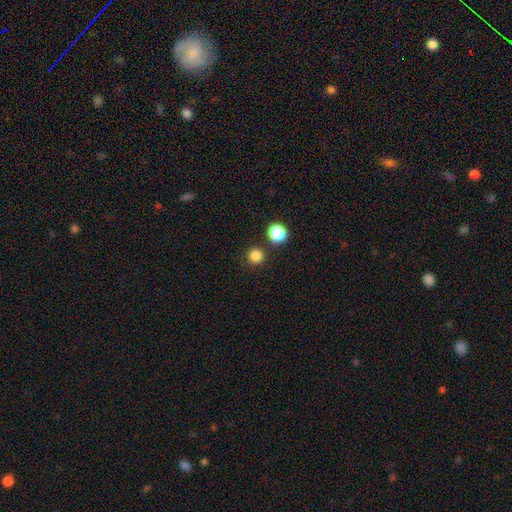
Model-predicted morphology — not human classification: The model was most divided on "smooth or featured": smooth: 82%, star or artifact: 14%, featured or disk: 4%. More confident: how rounded — round (95%); merging — none (87%).